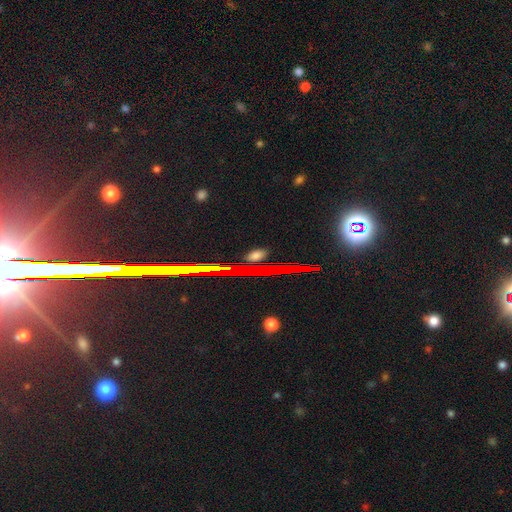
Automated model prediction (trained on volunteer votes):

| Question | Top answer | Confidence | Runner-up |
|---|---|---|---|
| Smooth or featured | star or artifact | 43% | tied: smooth (43%) |